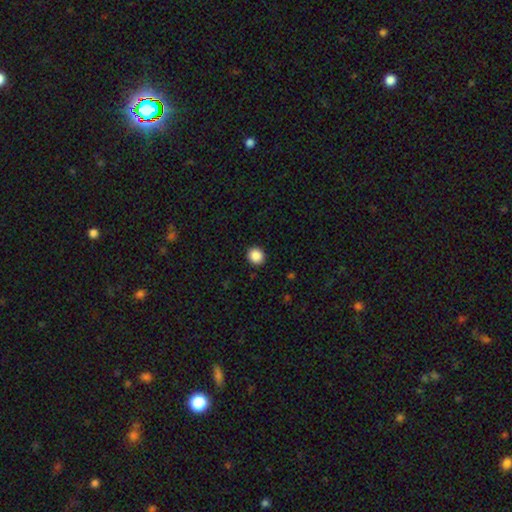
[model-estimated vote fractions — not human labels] This is clearly a smooth galaxy (88%). How rounded: clearly round (82%). Merging: clearly none (92%).